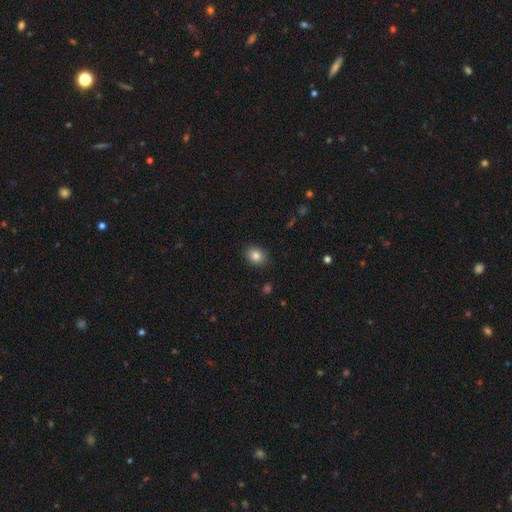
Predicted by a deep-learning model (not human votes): Smooth or featured? smooth (84%)
How rounded? round (52%)
Merging? none (89%)